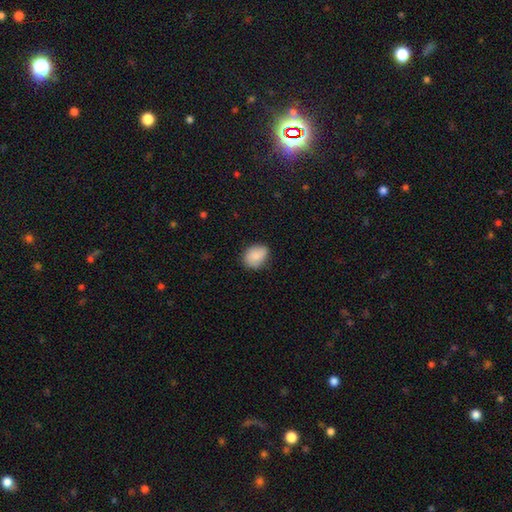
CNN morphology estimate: Smooth or featured? smooth (82%)
How rounded? in between (58%)
Merging? none (74%)